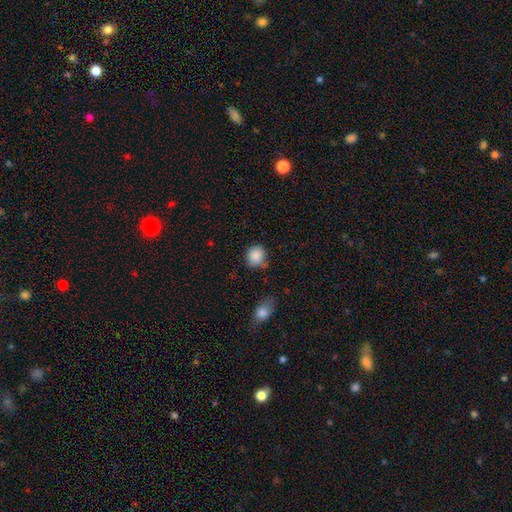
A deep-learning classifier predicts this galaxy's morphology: A smooth galaxy with no disk features (87%) that is round (84%).

Vote fractions:
- Smooth or featured? smooth: 87% / star or artifact: 8% / featured or disk: 5%
- How rounded? round: 84% / in between: 15% / cigar-shaped: 1%
- Merging? none: 68% / minor disturbance: 22% / merger: 5% / major disturbance: 5%